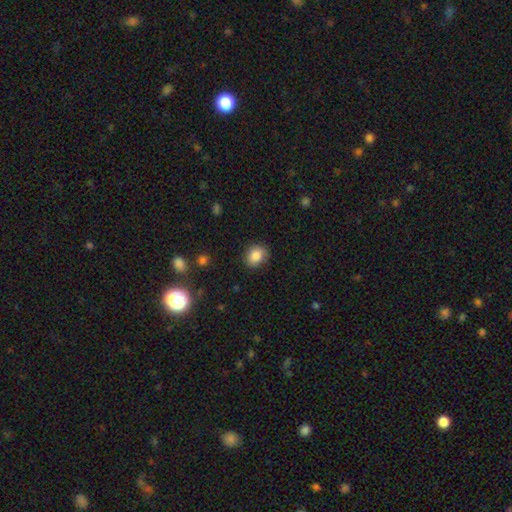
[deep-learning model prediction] Smooth or featured?
  - smooth: 85% *
  - star or artifact: 10%
  - featured or disk: 5%
How rounded?
  - round: 55% *
  - in between: 44%
  - cigar-shaped: 1%
Merging?
  - none: 85% *
  - minor disturbance: 11%
  - major disturbance: 3%
  - merger: 1%